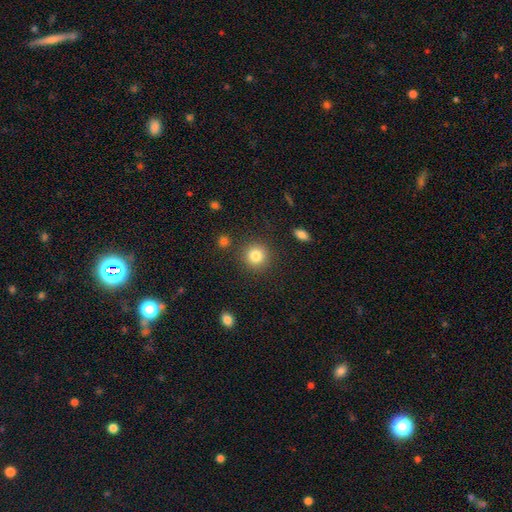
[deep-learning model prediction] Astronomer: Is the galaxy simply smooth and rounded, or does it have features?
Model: smooth — 84%.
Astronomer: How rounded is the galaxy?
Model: round — 91%.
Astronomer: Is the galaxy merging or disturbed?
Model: none — 86%.